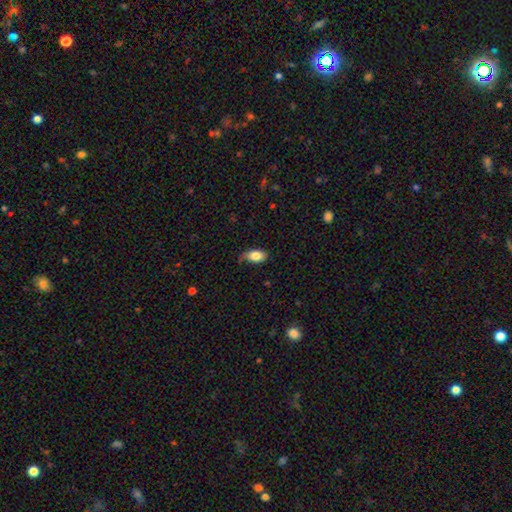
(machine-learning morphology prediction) Smooth or featured: smooth — 84% (featured or disk — 9%)
How rounded: in between — 92% (round — 4%)
Merging: none — 66% (minor disturbance — 27%)